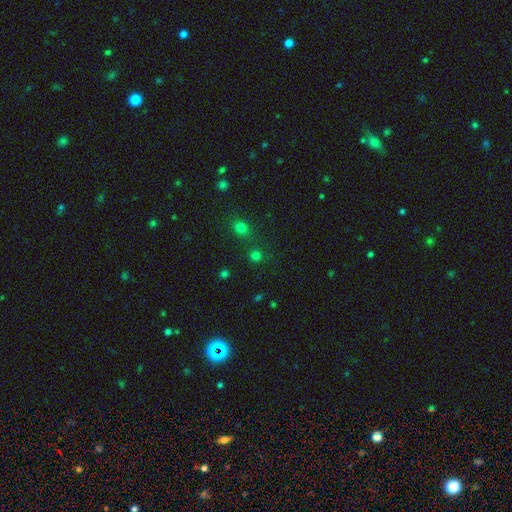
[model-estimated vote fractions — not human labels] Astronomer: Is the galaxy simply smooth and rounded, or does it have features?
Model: smooth — 70%.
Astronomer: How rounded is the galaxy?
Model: round — 90%.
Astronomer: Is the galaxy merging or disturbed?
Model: none — 77%.